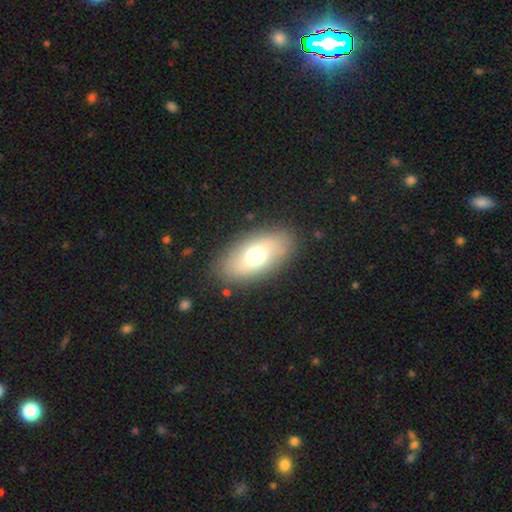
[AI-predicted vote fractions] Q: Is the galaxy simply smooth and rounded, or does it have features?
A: smooth — 65%.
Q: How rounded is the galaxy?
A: in between — 89%.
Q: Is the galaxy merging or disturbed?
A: none — 85%.